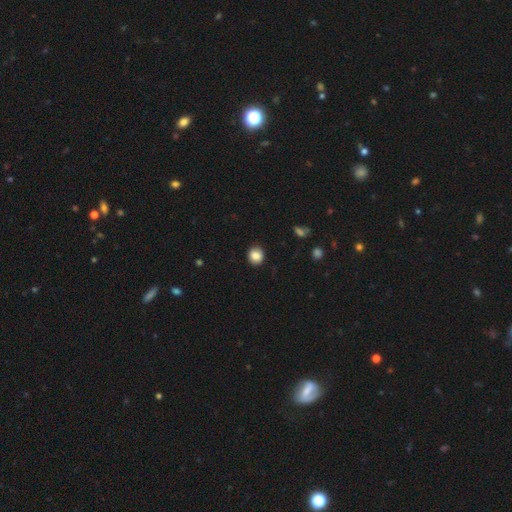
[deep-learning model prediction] Smooth or featured: smooth — 87% (star or artifact — 9%)
How rounded: round — 81% (in between — 18%)
Merging: none — 88% (minor disturbance — 9%)